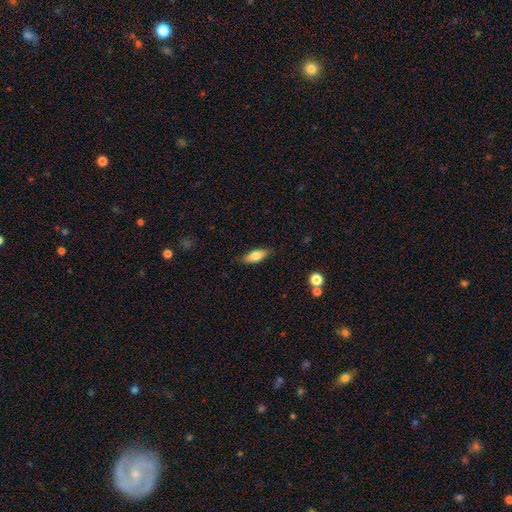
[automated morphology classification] This appears to be a smooth galaxy with no disk features (74%) that is in between round and cigar-shaped (76%). Merging: none (84%).